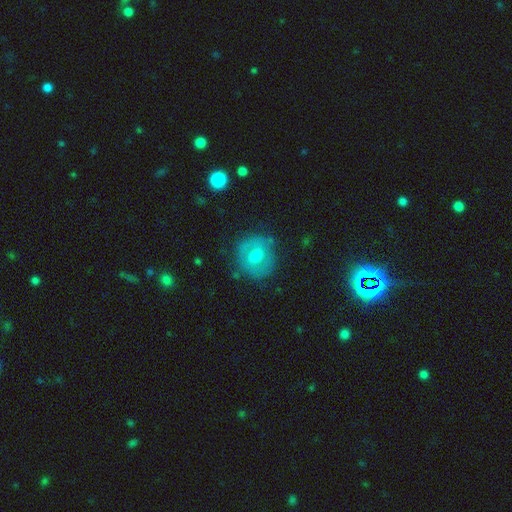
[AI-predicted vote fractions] A smooth galaxy with no disk features (50%). Merging: none (76%).